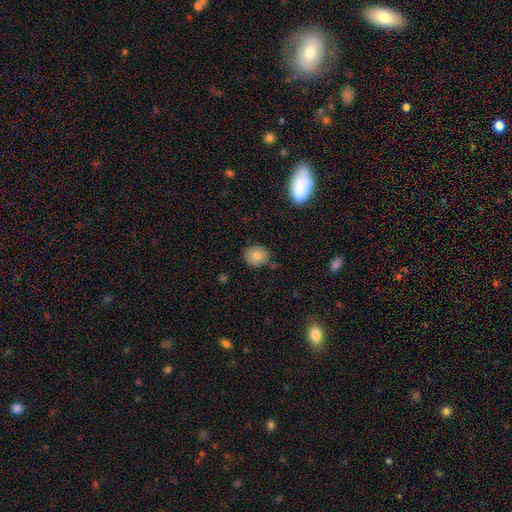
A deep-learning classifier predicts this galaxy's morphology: A smooth galaxy with no disk features (78%) that is round (75%). Merging: none (79%).